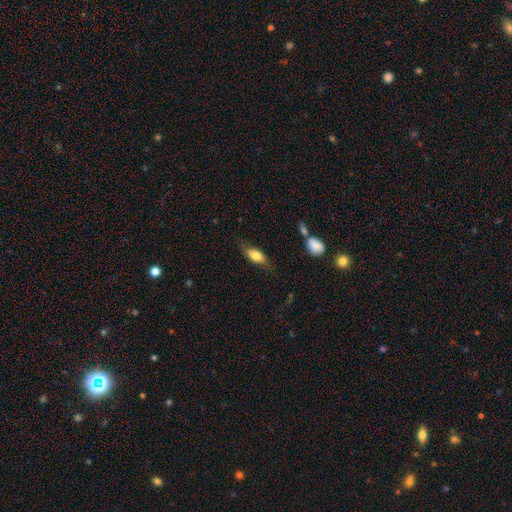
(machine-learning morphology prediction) smooth-or-featured: smooth: 72% | featured or disk: 21% | star or artifact: 7%
  how-rounded: in between: 80% | cigar-shaped: 16% | round: 4%
  merging: none: 69% | minor disturbance: 21% | major disturbance: 7% | merger: 3%